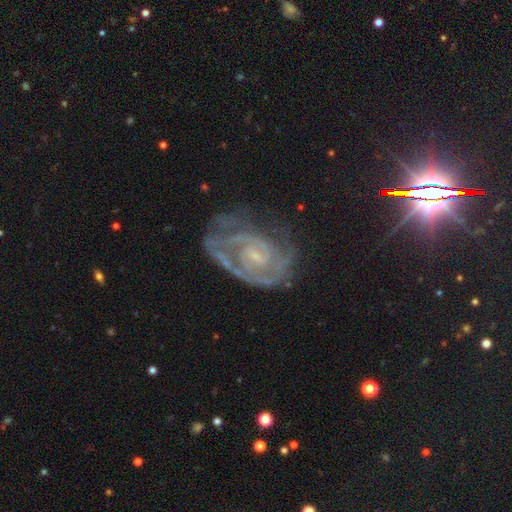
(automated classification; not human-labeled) Overall: featured or disk (84%). Edge-on disk: no (97%). Bar: no (51%; weak 40%). Spiral arms: yes (90%). Spiral arm count: 2 (41%; can't tell 29%). Spiral winding: tight (58%; medium 33%). Bulge size: small (72%). Merging: none (52%; minor disturbance 24%).